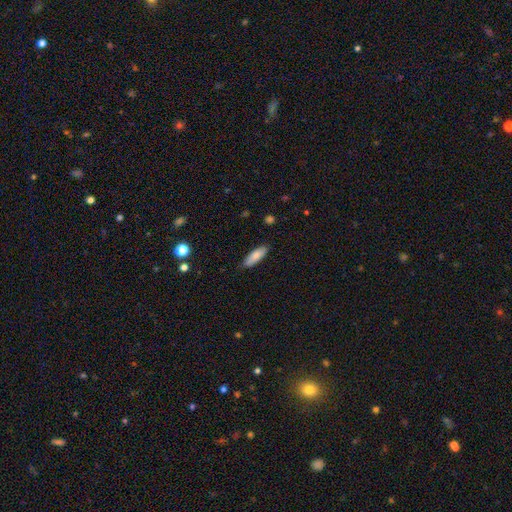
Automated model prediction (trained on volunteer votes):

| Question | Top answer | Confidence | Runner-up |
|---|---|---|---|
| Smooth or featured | smooth | 80% | featured or disk (13%) |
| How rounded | in between | 58% | cigar-shaped (40%) |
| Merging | none | 85% | minor disturbance (12%) |